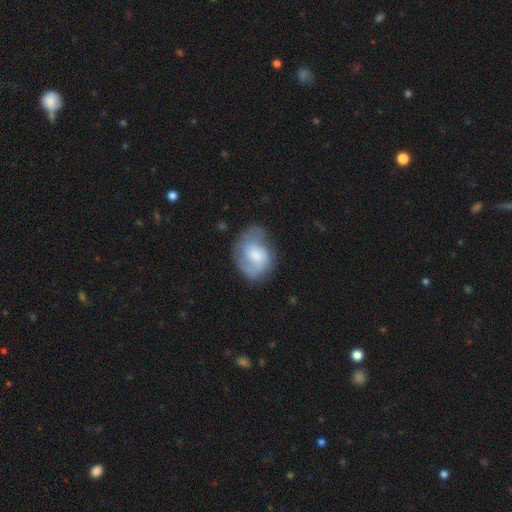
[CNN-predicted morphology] Overall: featured or disk (57%; smooth 36%). Edge-on disk: no (97%). Bar: no (58%; weak 36%). Spiral arms: yes (83%). Bulge size: moderate (36%; small 23%). Merging: none (56%; minor disturbance 26%).